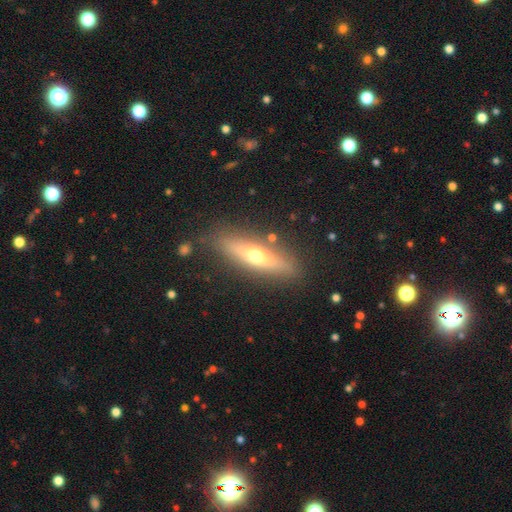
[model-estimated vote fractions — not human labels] This appears to be a featured or disk galaxy (50%). Merging: none (84%).